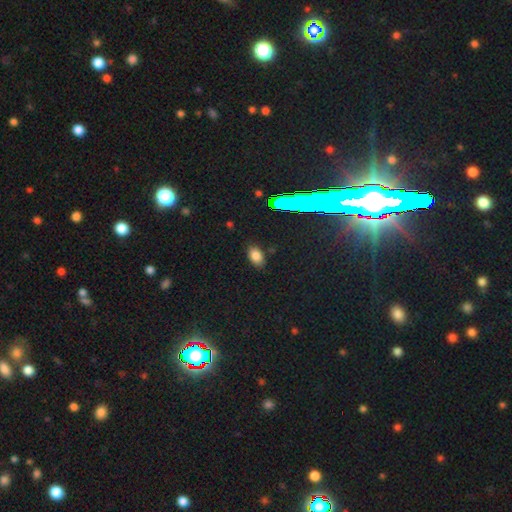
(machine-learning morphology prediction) Smooth or featured: smooth — 80% (star or artifact — 14%)
How rounded: in between — 88% (round — 10%)
Merging: none — 84% (minor disturbance — 12%)